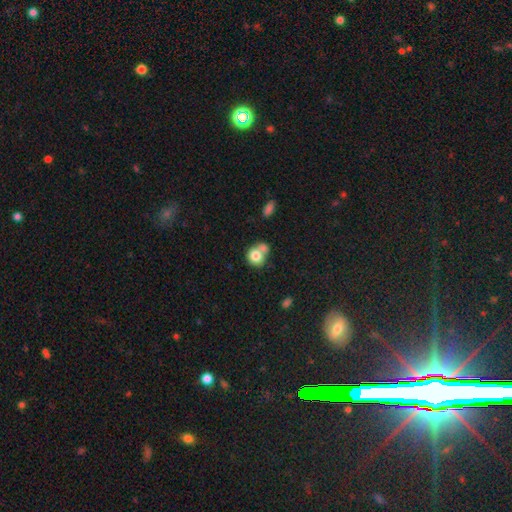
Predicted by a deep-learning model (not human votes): The model was most divided on "merging": merger: 47%, none: 37%, minor disturbance: 12%, major disturbance: 5%. More confident: how rounded — round (76%); smooth or featured — smooth (76%).